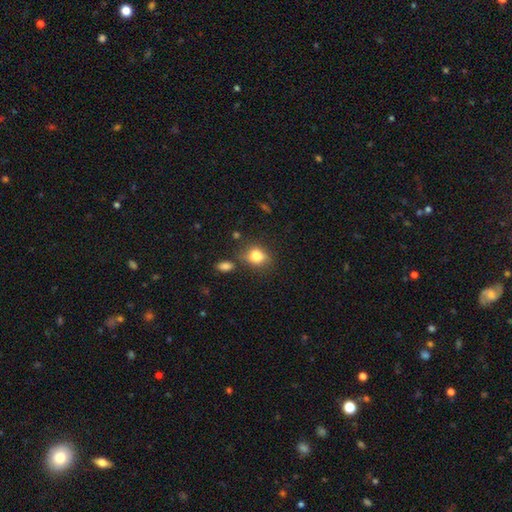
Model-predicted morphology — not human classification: Smooth or featured?
  - smooth: 81% *
  - star or artifact: 10%
  - featured or disk: 9%
How rounded?
  - in between: 54% *
  - round: 44%
  - cigar-shaped: 2%
Merging?
  - none: 67% *
  - minor disturbance: 20%
  - merger: 7%
  - major disturbance: 5%